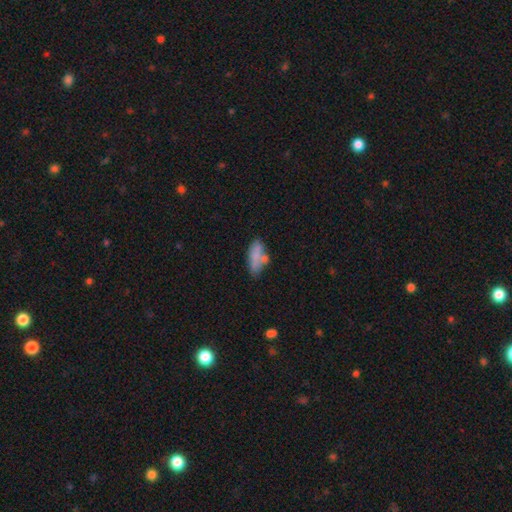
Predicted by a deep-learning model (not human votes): Q: Smooth or featured?
A: smooth (72%); runner-up: featured or disk (19%)
Q: How rounded?
A: in between (76%); runner-up: cigar-shaped (21%)
Q: Merging?
A: none (46%); runner-up: minor disturbance (23%)